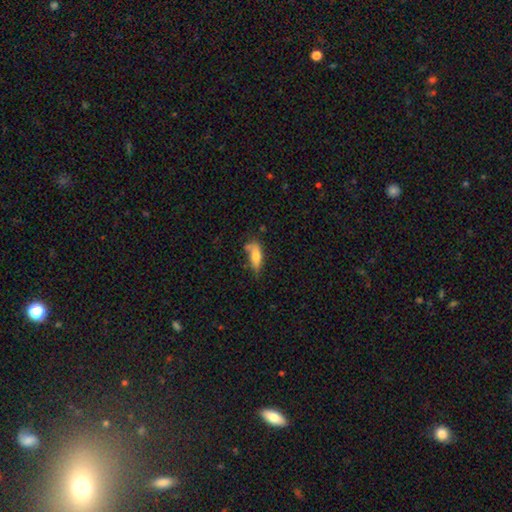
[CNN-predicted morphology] smooth 73%, featured or disk 20%, star or artifact 8%. Down the decision tree: how rounded — in between (66%); merging — none (44%).